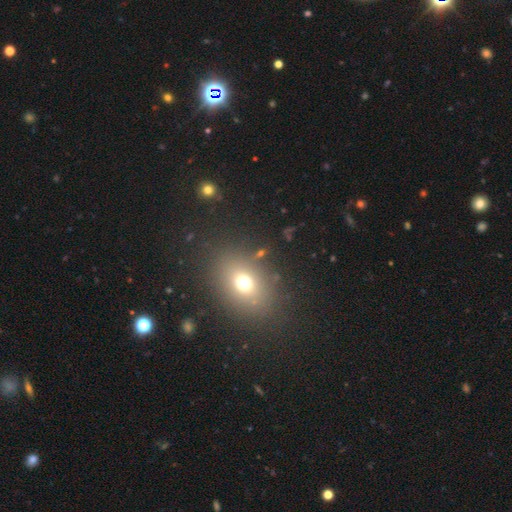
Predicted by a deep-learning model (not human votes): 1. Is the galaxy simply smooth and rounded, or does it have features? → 63% smooth, 26% star or artifact, 12% featured or disk.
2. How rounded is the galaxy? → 65% in between, 33% round, 2% cigar-shaped.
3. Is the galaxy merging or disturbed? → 87% none, 8% minor disturbance, 3% major disturbance, 2% merger.